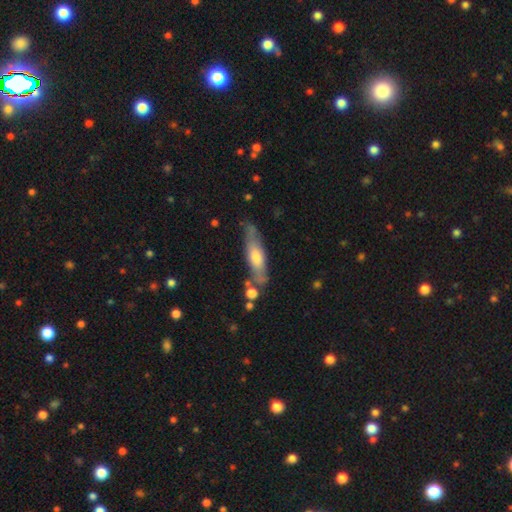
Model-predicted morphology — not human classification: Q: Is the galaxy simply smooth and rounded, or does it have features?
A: featured or disk — 53%.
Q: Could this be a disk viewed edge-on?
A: yes — 76%.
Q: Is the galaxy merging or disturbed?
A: none — 67%.